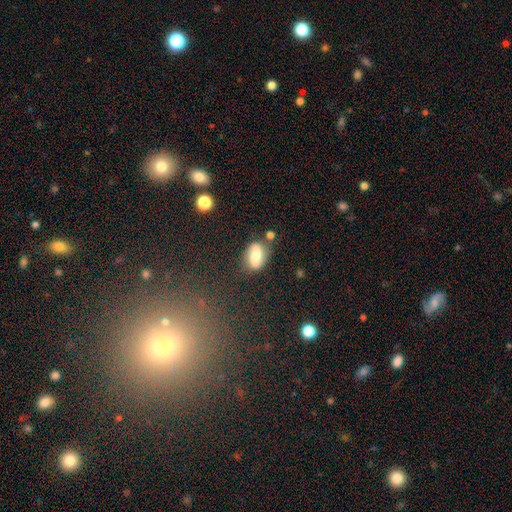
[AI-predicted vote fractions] Morphology: type=smooth (53%); roundness=in between (83%); merging=none (69%).